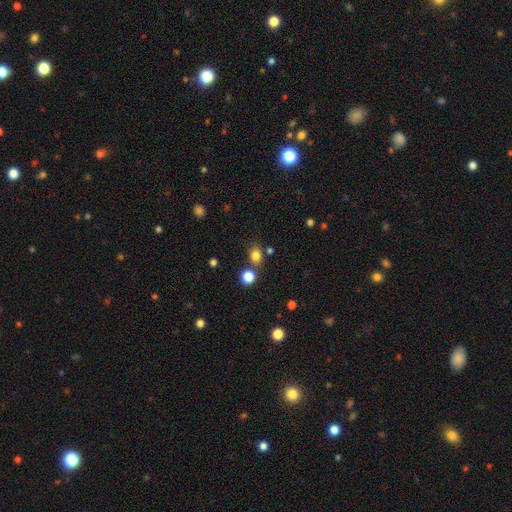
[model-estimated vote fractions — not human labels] This is clearly a smooth galaxy (80%). How rounded: possibly round (59%). Merging: likely none (69%).